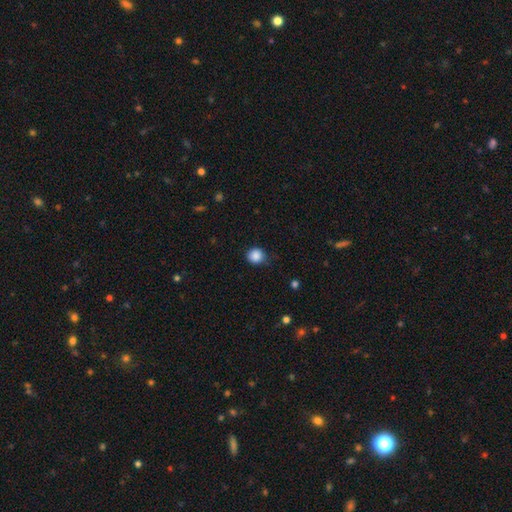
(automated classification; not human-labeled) smooth-or-featured: smooth: 87% | star or artifact: 10% | featured or disk: 3%
  how-rounded: round: 86% | in between: 13% | cigar-shaped: 1%
  merging: none: 76% | minor disturbance: 19% | major disturbance: 4% | merger: 1%